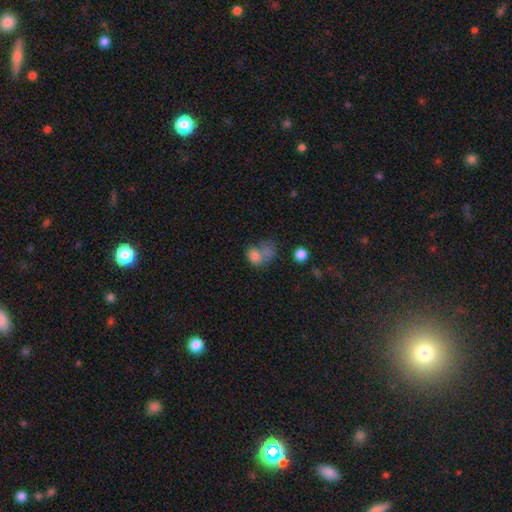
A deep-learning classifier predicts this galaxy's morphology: smooth 72%, featured or disk 15%, star or artifact 12%. Down the decision tree: how rounded — in between (55%); merging — merger (41%).